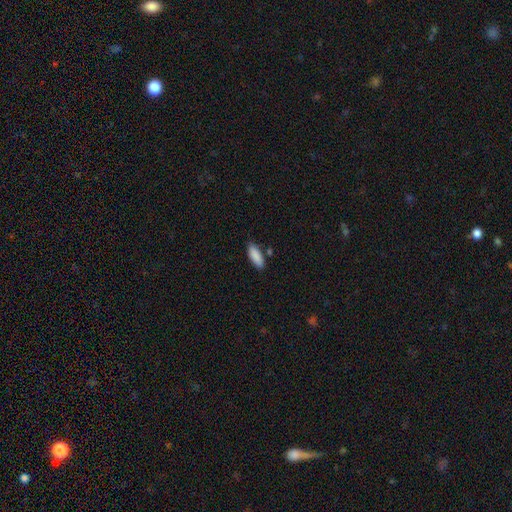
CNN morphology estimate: This appears to be a smooth galaxy with no disk features (89%) that is in between round and cigar-shaped (70%). Merging: none (80%).